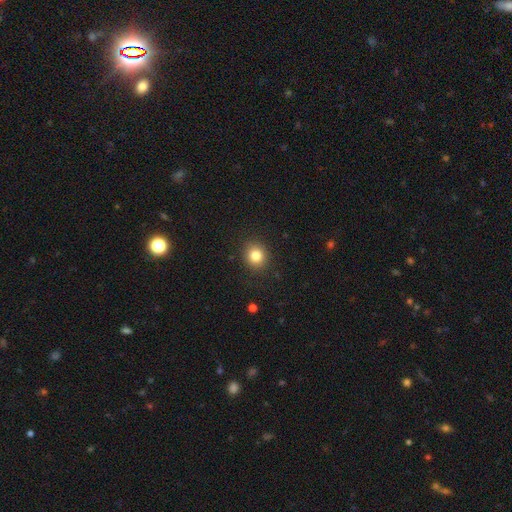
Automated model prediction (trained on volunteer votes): Q: Smooth or featured?
A: smooth (82%); runner-up: star or artifact (11%)
Q: How rounded?
A: round (82%); runner-up: in between (17%)
Q: Merging?
A: none (89%); runner-up: minor disturbance (7%)